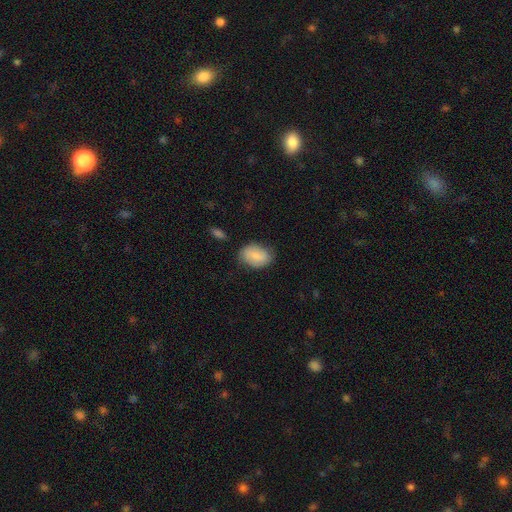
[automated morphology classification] smooth-or-featured: smooth: 77% | featured or disk: 16% | star or artifact: 7%
  how-rounded: in between: 83% | round: 16% | cigar-shaped: 1%
  merging: none: 74% | minor disturbance: 19% | major disturbance: 4% | merger: 2%